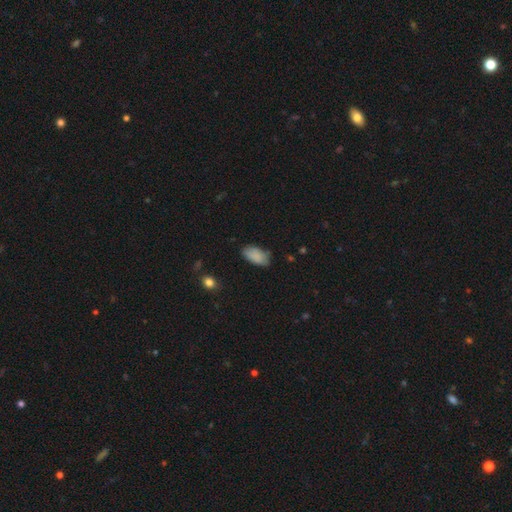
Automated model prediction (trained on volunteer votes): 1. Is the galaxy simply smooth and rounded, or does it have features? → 86% smooth, 7% star or artifact, 6% featured or disk.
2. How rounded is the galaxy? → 94% in between, 3% cigar-shaped, 3% round.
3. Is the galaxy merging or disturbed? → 73% none, 21% minor disturbance, 4% major disturbance, 2% merger.